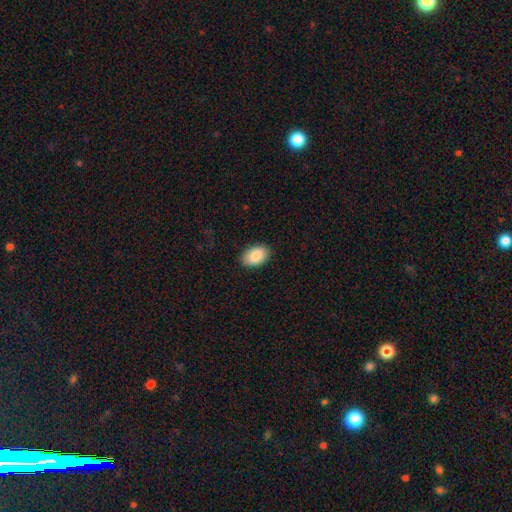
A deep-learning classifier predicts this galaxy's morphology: smooth 89%, star or artifact 6%, featured or disk 5%. Down the decision tree: how rounded — in between (90%); merging — none (89%).